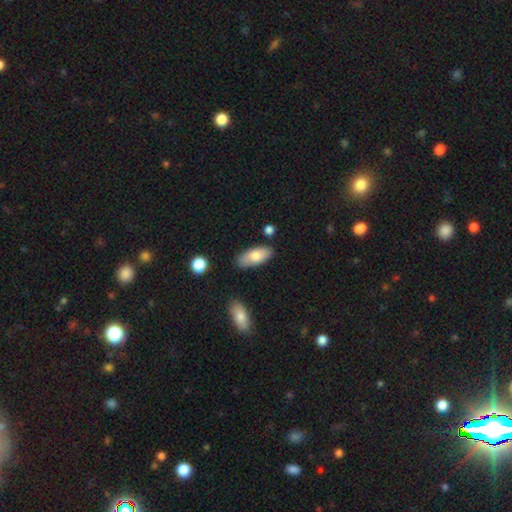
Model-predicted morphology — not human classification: Overall: smooth (79%). How rounded: in between (87%). Merging: none (80%).